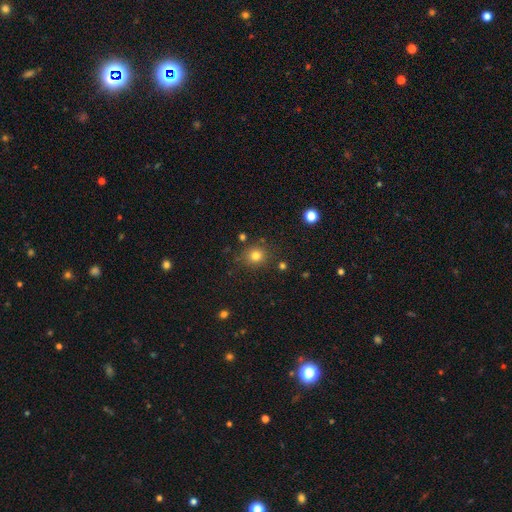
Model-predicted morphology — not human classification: smooth 79%, star or artifact 14%, featured or disk 6%. Down the decision tree: how rounded — round (85%); merging — none (82%).